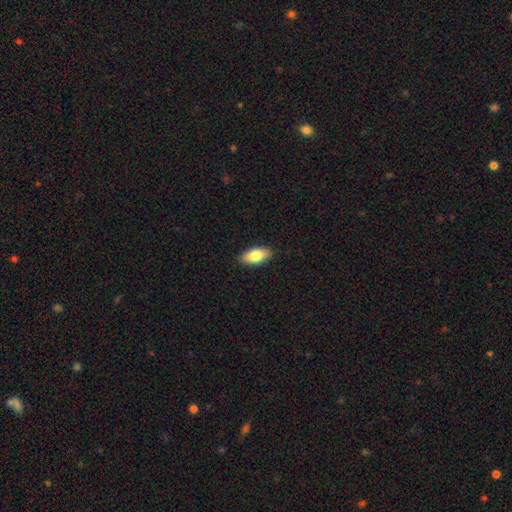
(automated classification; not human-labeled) Smooth or featured?
  - smooth: 82% *
  - featured or disk: 12%
  - star or artifact: 6%
How rounded?
  - in between: 91% *
  - cigar-shaped: 6%
  - round: 3%
Merging?
  - none: 89% *
  - minor disturbance: 8%
  - major disturbance: 2%
  - merger: 1%